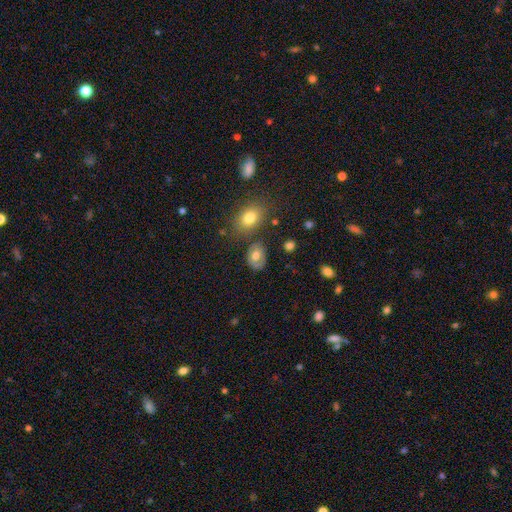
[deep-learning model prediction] Smooth or featured? smooth (67%)
How rounded? in between (76%)
Merging? none (67%)